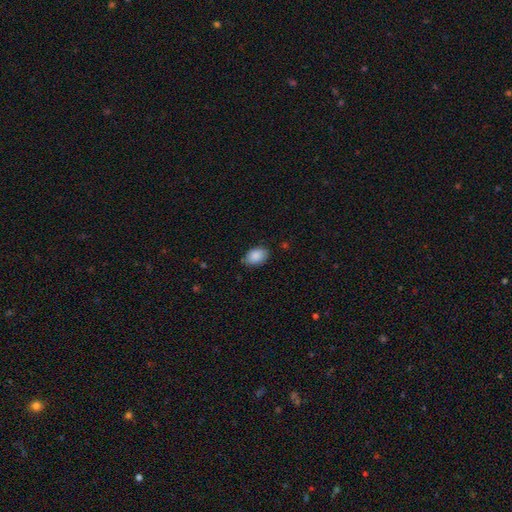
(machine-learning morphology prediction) Smooth or featured?
  - smooth: 88% *
  - star or artifact: 7%
  - featured or disk: 5%
How rounded?
  - in between: 86% *
  - round: 13%
  - cigar-shaped: 1%
Merging?
  - none: 77% *
  - minor disturbance: 18%
  - major disturbance: 3%
  - merger: 1%